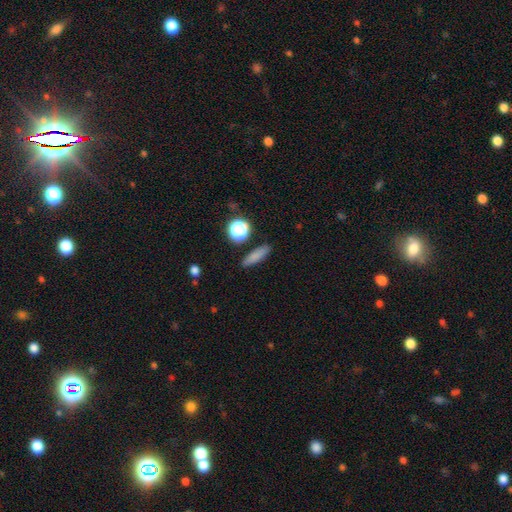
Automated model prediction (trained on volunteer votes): Morphology: type=smooth (78%); roundness=cigar-shaped (63%); merging=none (85%).